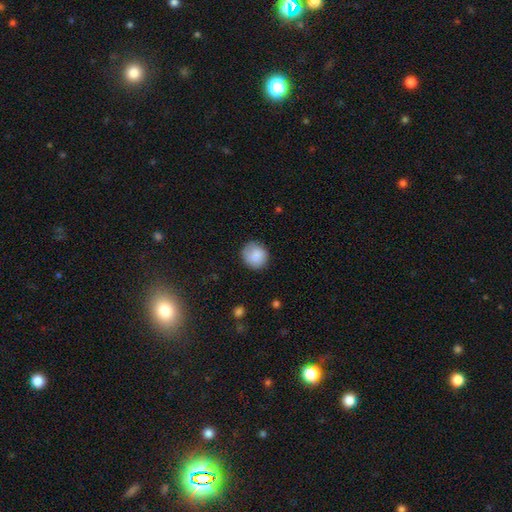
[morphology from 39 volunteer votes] smooth 90%, featured or disk 10%, star or artifact 0%. Down the decision tree: how rounded — round (94%); merging — none (82%).